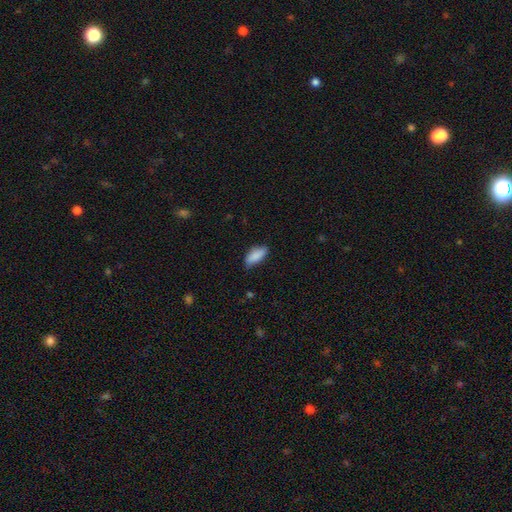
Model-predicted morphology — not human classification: A smooth galaxy with no disk features (88%) that is in between round and cigar-shaped (87%). Merging: none (73%).